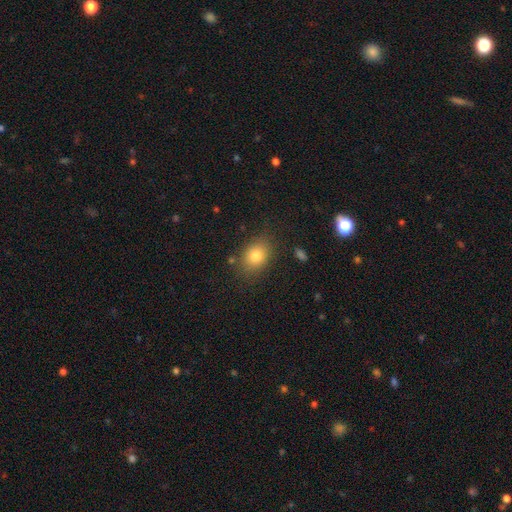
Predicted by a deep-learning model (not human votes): smooth_or_featured: smooth (p=0.80) [alt: star or artifact p=0.11]
how_rounded: in between (p=0.63) [alt: round p=0.36]
merging: none (p=0.81) [alt: minor disturbance p=0.13]